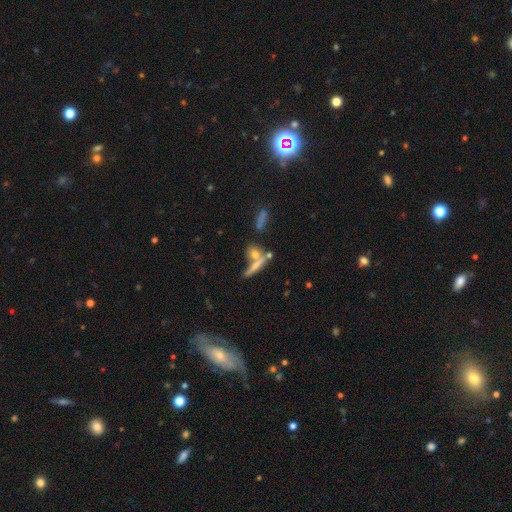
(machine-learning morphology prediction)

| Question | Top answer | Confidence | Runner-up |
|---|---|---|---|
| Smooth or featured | smooth | 48% | featured or disk (37%) |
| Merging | none | 52% | merger (32%) |